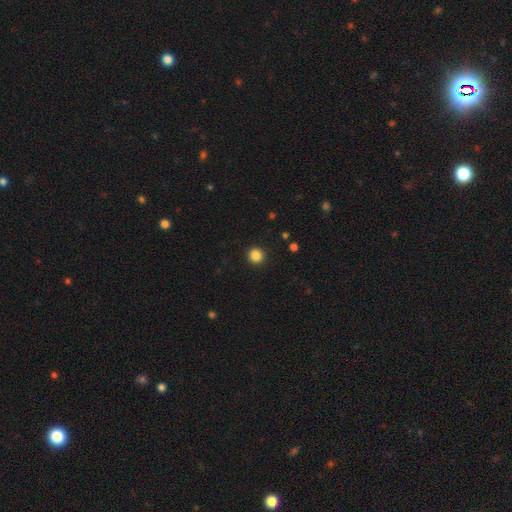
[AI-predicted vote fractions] Morphology: type=smooth (86%); roundness=round (92%); merging=none (92%).